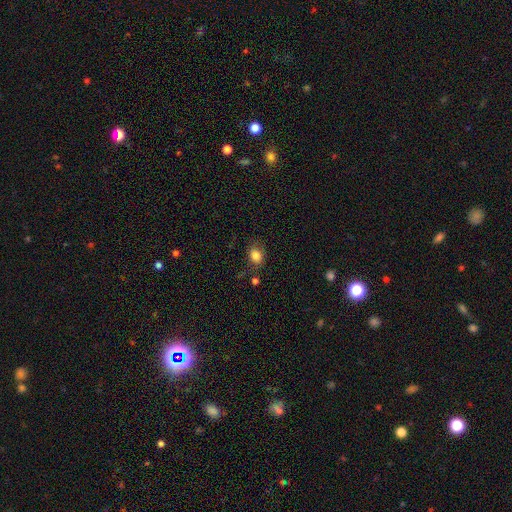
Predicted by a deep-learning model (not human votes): Smooth or featured? smooth (81%)
How rounded? in between (56%)
Merging? none (63%)